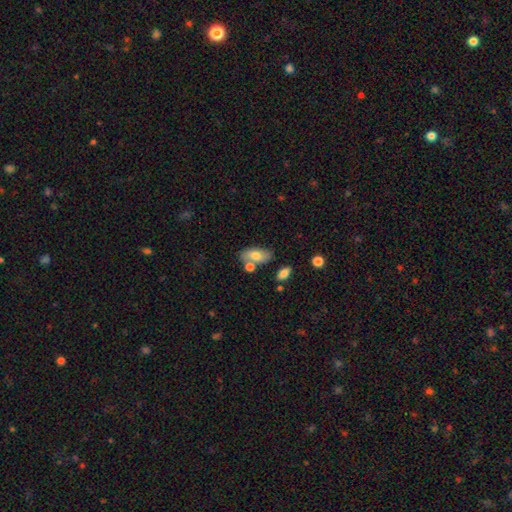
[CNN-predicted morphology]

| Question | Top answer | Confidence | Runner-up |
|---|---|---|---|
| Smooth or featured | smooth | 69% | featured or disk (24%) |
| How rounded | in between | 89% | cigar-shaped (6%) |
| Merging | none | 61% | merger (19%) |